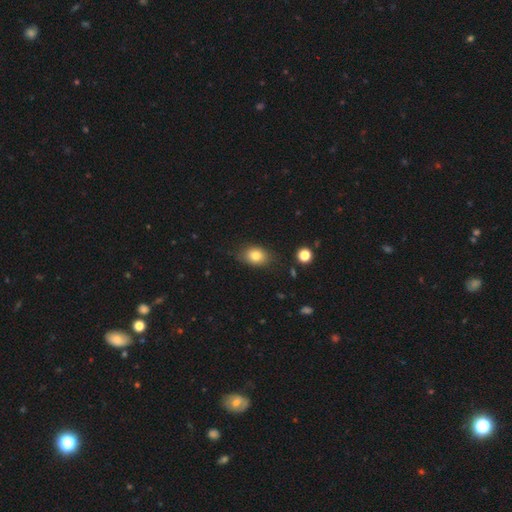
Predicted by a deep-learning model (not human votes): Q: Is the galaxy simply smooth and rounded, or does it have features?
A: smooth — 79%.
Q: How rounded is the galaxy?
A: in between — 67%.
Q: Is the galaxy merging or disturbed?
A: none — 79%.